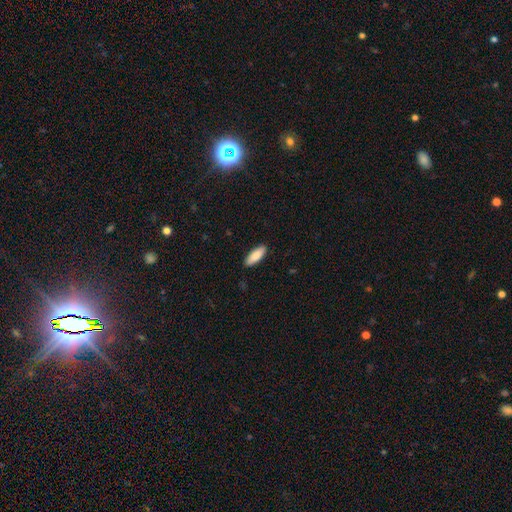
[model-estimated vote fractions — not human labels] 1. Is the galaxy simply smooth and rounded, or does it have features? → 86% smooth, 8% featured or disk, 5% star or artifact.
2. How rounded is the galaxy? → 71% in between, 28% cigar-shaped, 2% round.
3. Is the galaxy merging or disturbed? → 90% none, 8% minor disturbance, 2% major disturbance, 1% merger.